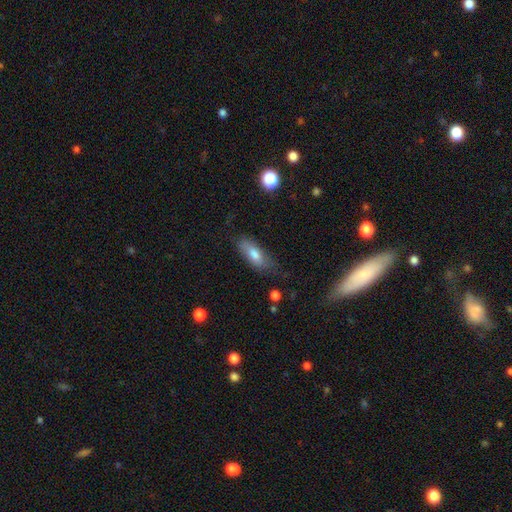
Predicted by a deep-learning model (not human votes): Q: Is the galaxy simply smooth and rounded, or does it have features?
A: smooth — 72%.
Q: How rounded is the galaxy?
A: in between — 74%.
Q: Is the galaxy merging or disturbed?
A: none — 65%.